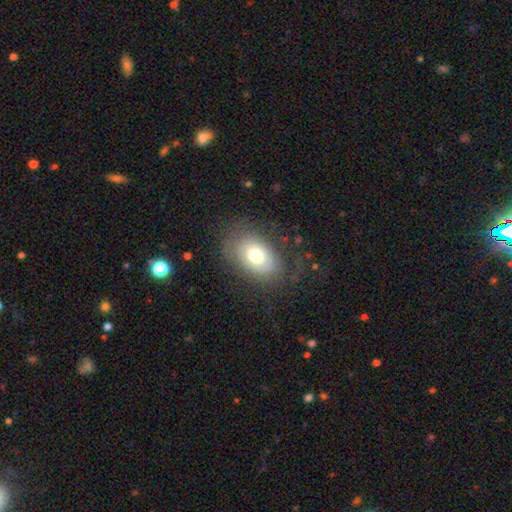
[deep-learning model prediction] This is likely a smooth galaxy (65%). How rounded: clearly in between (82%). Merging: likely none (71%).